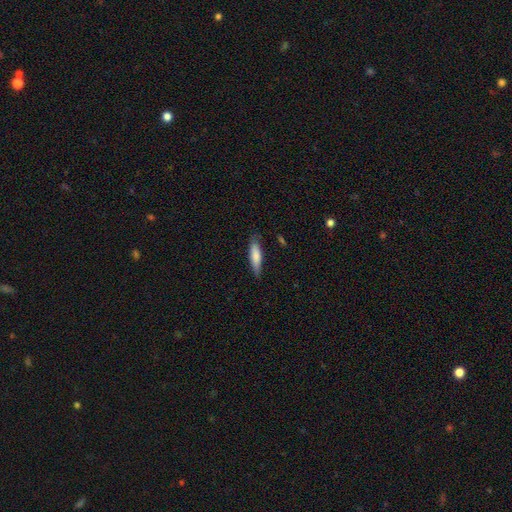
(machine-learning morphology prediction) smooth_or_featured: smooth (p=0.76) [alt: featured or disk p=0.19]
how_rounded: cigar-shaped (p=0.69) [alt: in between p=0.30]
merging: none (p=0.79) [alt: minor disturbance p=0.17]